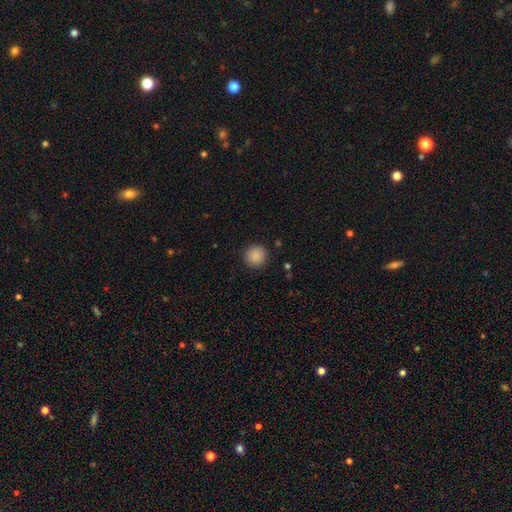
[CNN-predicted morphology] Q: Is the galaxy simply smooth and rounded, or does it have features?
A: smooth — 87%.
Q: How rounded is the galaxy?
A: round — 94%.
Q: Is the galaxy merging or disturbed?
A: none — 91%.